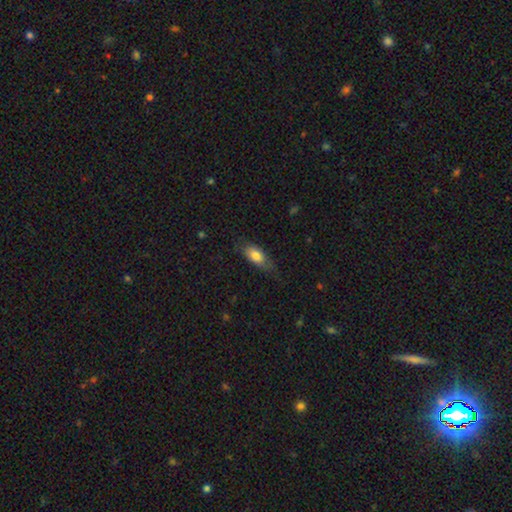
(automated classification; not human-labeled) Q: Smooth or featured?
A: smooth (76%); runner-up: featured or disk (17%)
Q: How rounded?
A: in between (84%); runner-up: cigar-shaped (13%)
Q: Merging?
A: none (61%); runner-up: minor disturbance (28%)